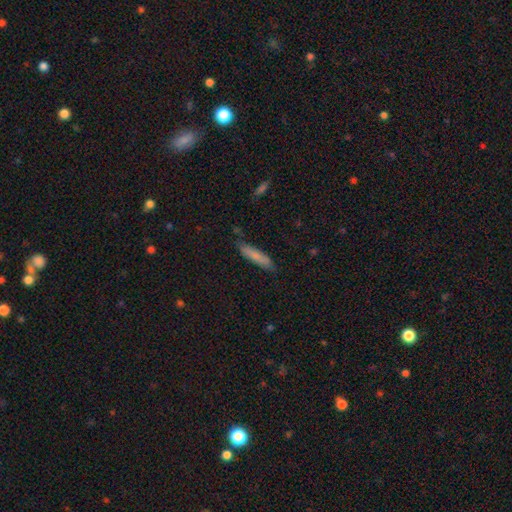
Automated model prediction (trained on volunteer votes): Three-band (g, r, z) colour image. It shows a smooth galaxy with no disk features (77%) that is cigar-shaped (83%). Merging: none (81%).